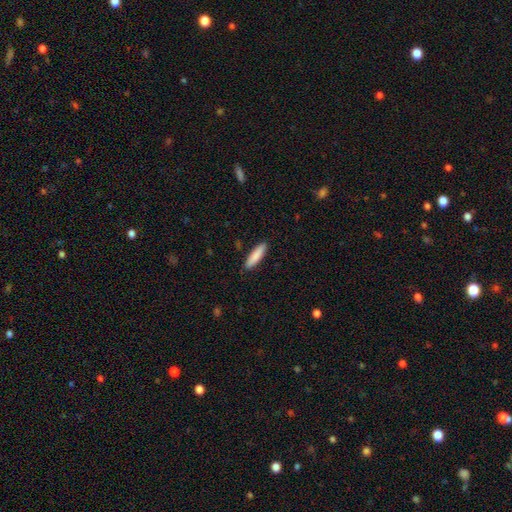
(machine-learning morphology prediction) Smooth or featured: smooth — 86% (featured or disk — 8%)
How rounded: cigar-shaped — 75% (in between — 24%)
Merging: none — 89% (minor disturbance — 8%)